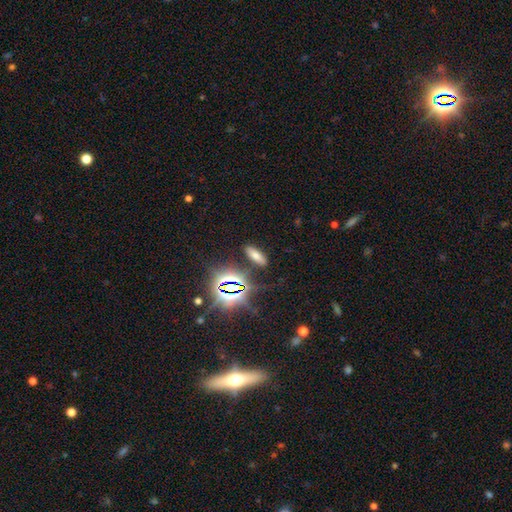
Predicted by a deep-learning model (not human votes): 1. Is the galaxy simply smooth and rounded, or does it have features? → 55% smooth, 33% star or artifact, 12% featured or disk.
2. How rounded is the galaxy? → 63% in between, 31% cigar-shaped, 6% round.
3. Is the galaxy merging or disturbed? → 84% none, 9% minor disturbance, 4% major disturbance, 3% merger.